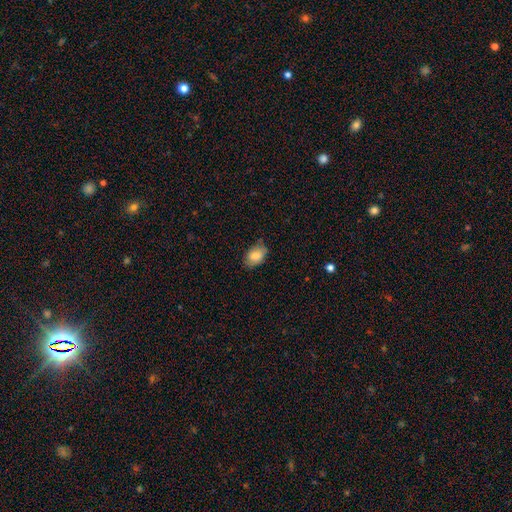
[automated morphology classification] smooth_or_featured: smooth (p=0.82) [alt: featured or disk p=0.11]
how_rounded: in between (p=0.89) [alt: round p=0.10]
merging: none (p=0.76) [alt: minor disturbance p=0.19]